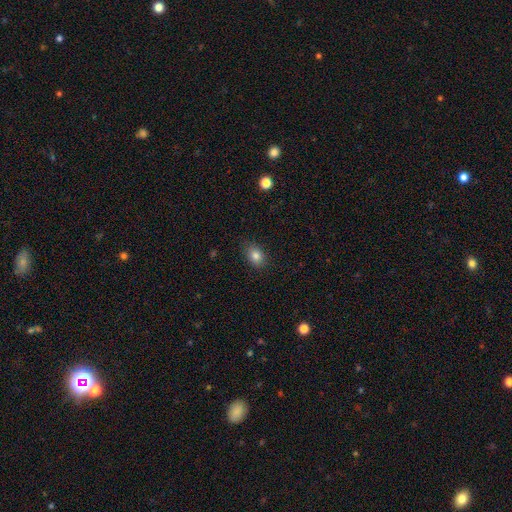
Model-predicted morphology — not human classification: This is clearly a smooth galaxy (83%). How rounded: likely in between (69%). Merging: clearly none (82%).